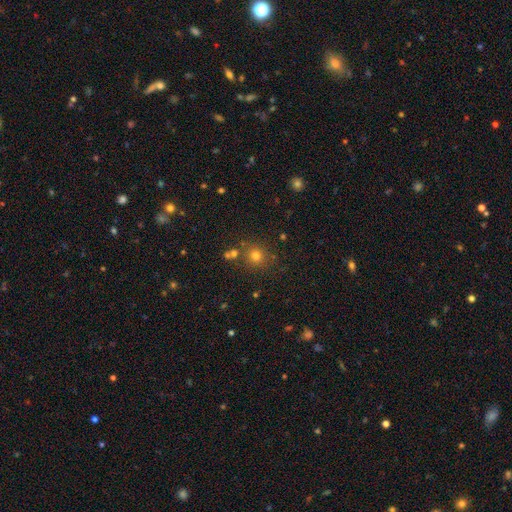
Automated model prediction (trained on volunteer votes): This is likely a smooth galaxy (71%). How rounded: clearly round (89%). Merging: likely none (80%).